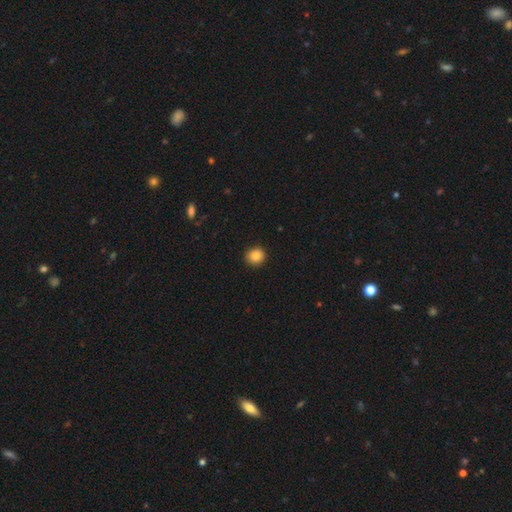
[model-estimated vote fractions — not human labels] The model was most divided on "smooth or featured": smooth: 85%, star or artifact: 10%, featured or disk: 5%. More confident: merging — none (92%); how rounded — round (90%).